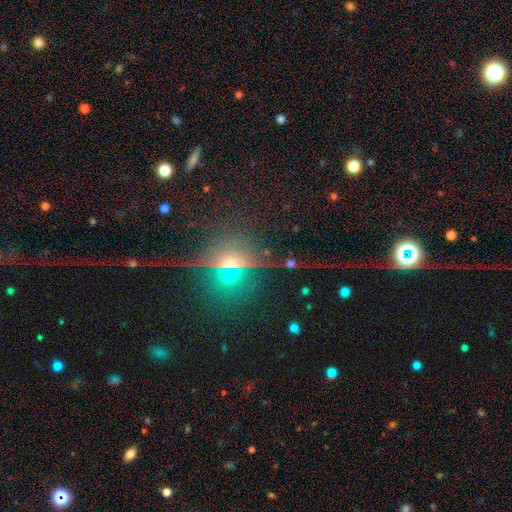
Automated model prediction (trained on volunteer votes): The model was most divided on "smooth or featured": star or artifact: 55%, smooth: 27%, featured or disk: 18%.